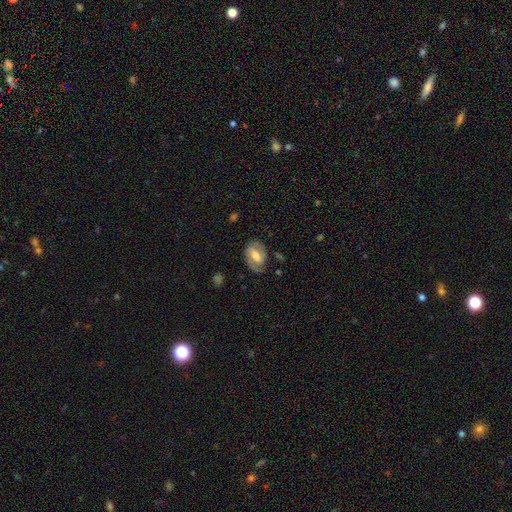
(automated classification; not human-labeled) Overall: featured or disk (69%). Edge-on disk: no (95%). Bar: weak (43%; strong 38%). Spiral arms: yes (85%). Spiral arm count: 2 (77%). Spiral winding: medium (44%; tight 40%). Bulge size: moderate (59%; small 25%). Merging: none (74%).